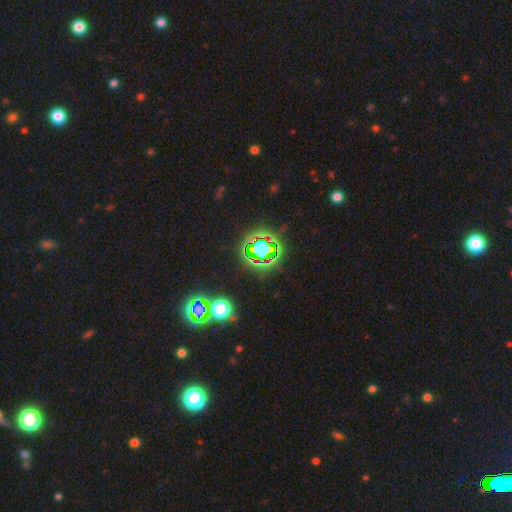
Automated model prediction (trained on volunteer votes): Smooth or featured? Predicted: star or artifact (p=0.77).